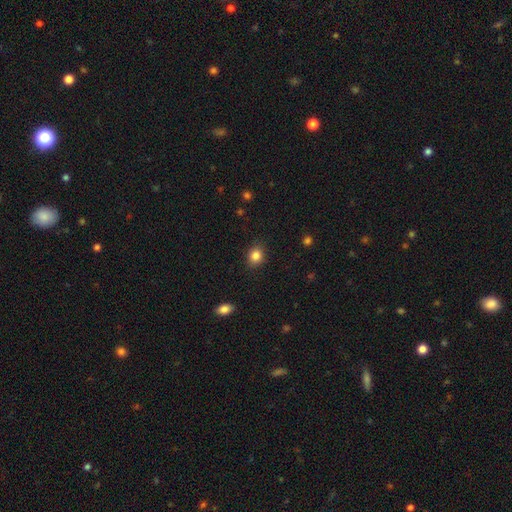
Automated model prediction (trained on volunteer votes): Smooth or featured: smooth — 85% (star or artifact — 10%)
How rounded: round — 60% (in between — 39%)
Merging: none — 87% (minor disturbance — 10%)